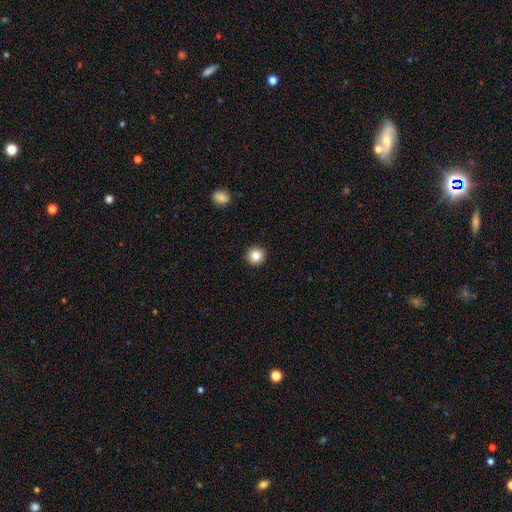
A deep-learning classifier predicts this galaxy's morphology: Smooth or featured? smooth (83%)
How rounded? round (94%)
Merging? none (93%)